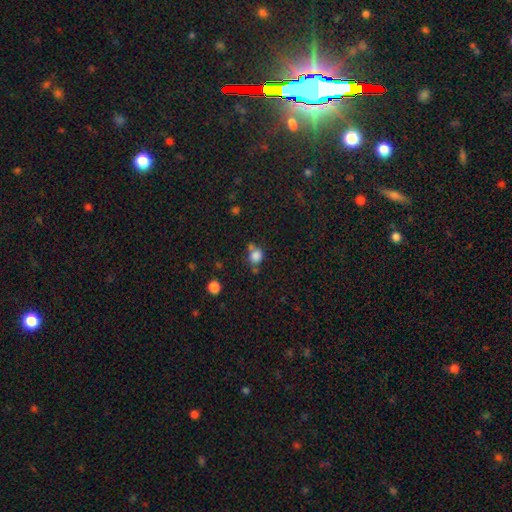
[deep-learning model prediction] smooth 82%, star or artifact 12%, featured or disk 6%. Down the decision tree: how rounded — round (73%); merging — none (55%).